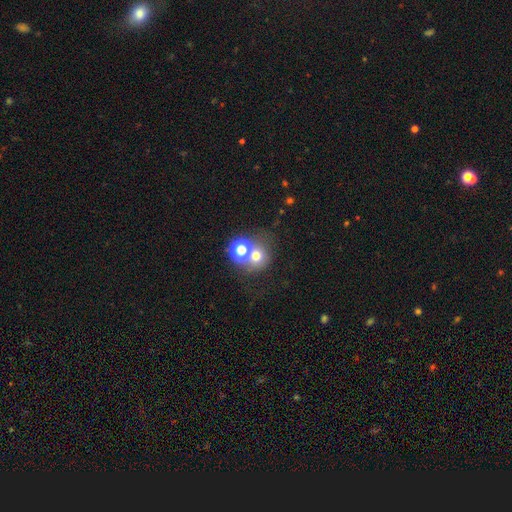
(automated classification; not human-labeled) This appears to be a smooth galaxy with no disk features (65%) that is round (82%). Merging: none (48%).